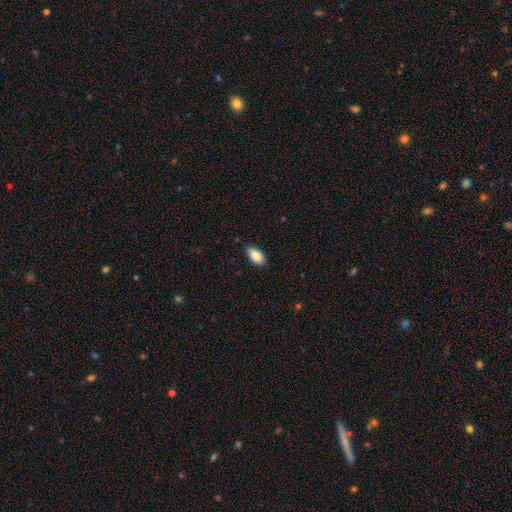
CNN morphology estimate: This is clearly a smooth galaxy (88%). How rounded: clearly in between (94%). Merging: clearly none (86%).